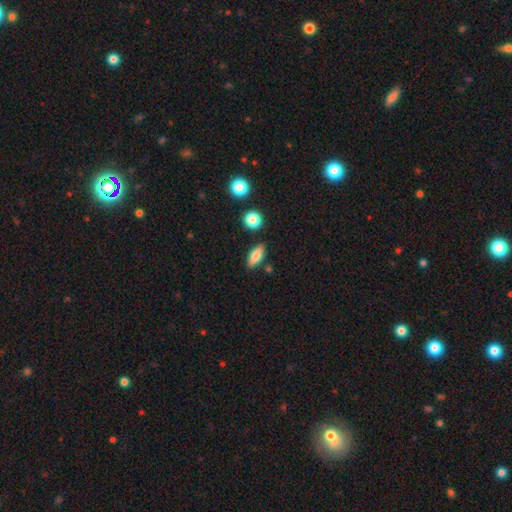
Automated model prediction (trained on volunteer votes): smooth-or-featured: smooth: 75% | featured or disk: 17% | star or artifact: 8%
  how-rounded: in between: 66% | cigar-shaped: 29% | round: 5%
  merging: none: 83% | minor disturbance: 10% | merger: 4% | major disturbance: 3%